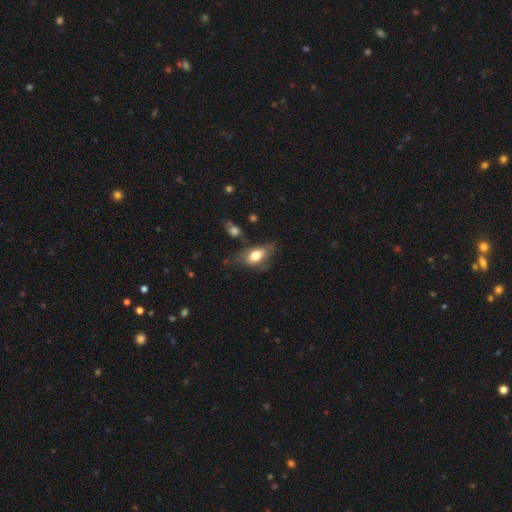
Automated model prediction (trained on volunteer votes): Overall: smooth (71%). How rounded: in between (86%). Merging: none (53%; minor disturbance 29%).